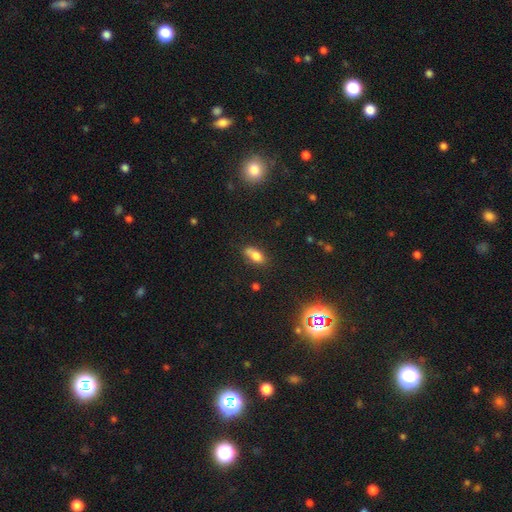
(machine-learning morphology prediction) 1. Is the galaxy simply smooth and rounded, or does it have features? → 75% smooth, 13% featured or disk, 12% star or artifact.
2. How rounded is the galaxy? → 82% in between, 12% cigar-shaped, 6% round.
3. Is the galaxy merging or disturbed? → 60% none, 23% minor disturbance, 10% merger, 7% major disturbance.